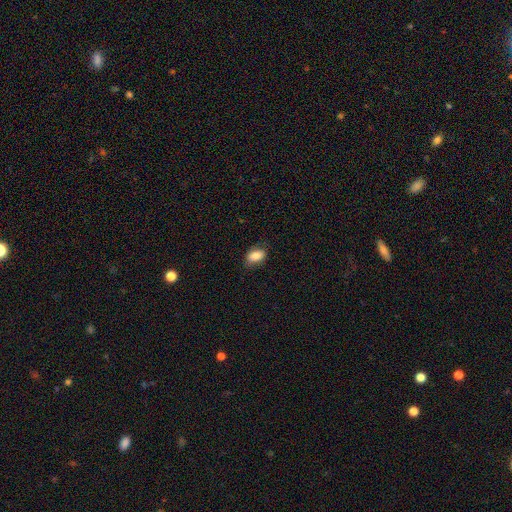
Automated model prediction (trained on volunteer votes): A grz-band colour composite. It shows a smooth galaxy with no disk features (83%) that is in between round and cigar-shaped (88%). Merging: none (75%).